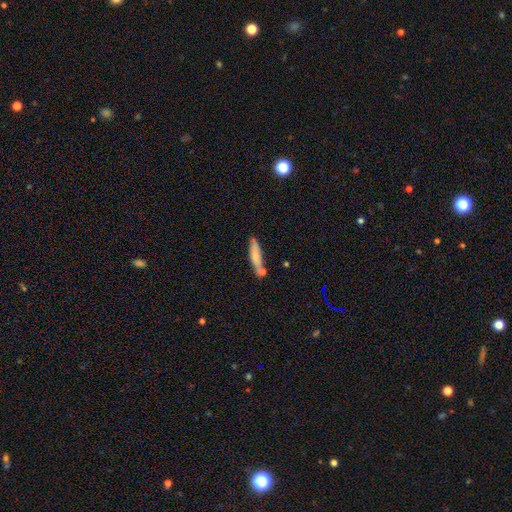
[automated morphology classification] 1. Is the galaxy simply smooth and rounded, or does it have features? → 73% smooth, 20% featured or disk, 7% star or artifact.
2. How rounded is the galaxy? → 80% cigar-shaped, 18% in between, 2% round.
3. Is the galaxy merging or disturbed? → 62% none, 17% merger, 16% minor disturbance, 4% major disturbance.